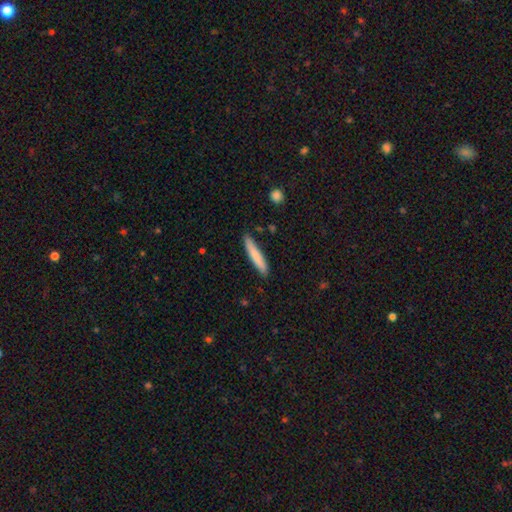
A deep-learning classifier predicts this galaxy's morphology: Smooth or featured? smooth (79%)
How rounded? cigar-shaped (91%)
Merging? none (86%)